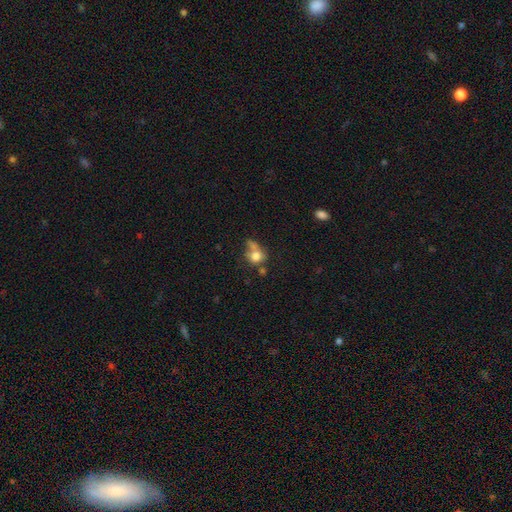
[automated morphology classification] This appears to be a smooth galaxy with no disk features (72%) that is round (65%). Merging: merger (34%).